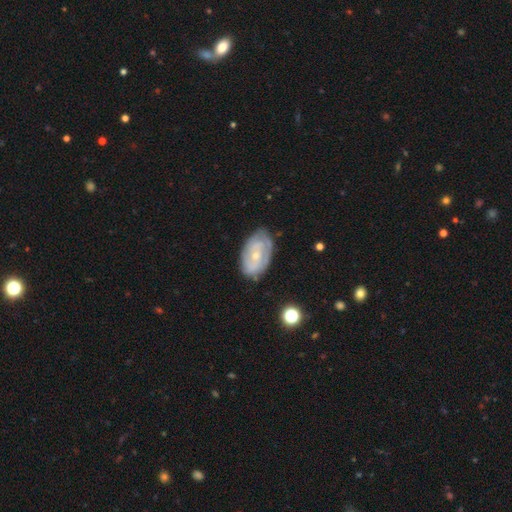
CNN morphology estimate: Smooth or featured? Predicted: featured or disk (p=0.66). Edge-on disk? Predicted: no (p=0.95). Bar? Predicted: no (p=0.71). Spiral arms? Predicted: yes (p=0.69). Bulge size? Predicted: small (p=0.66). Merging? Predicted: none (p=0.69).